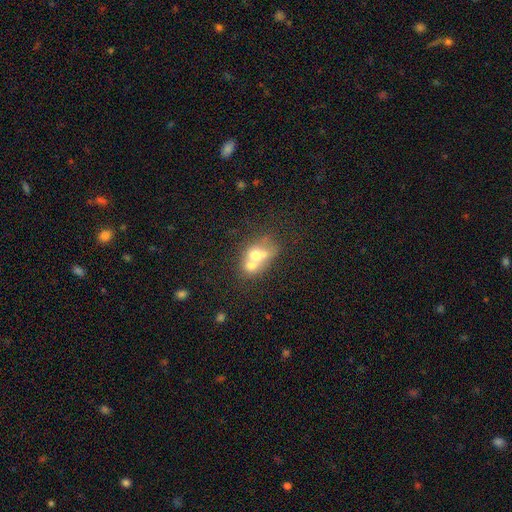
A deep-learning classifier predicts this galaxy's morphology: Smooth or featured? smooth (57%)
How rounded? round (53%)
Merging? merger (67%)